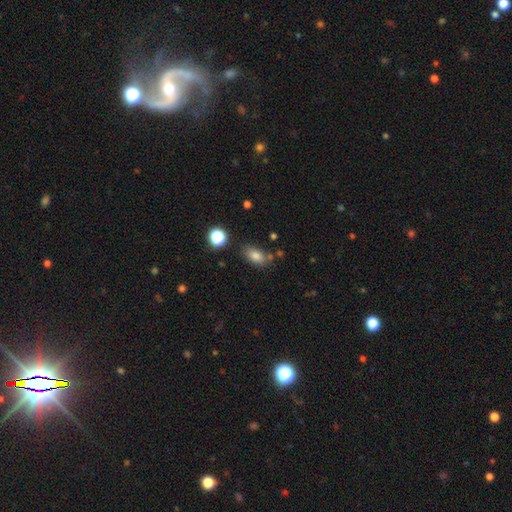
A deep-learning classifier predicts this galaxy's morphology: Smooth or featured?
  - smooth: 80% *
  - star or artifact: 11%
  - featured or disk: 9%
How rounded?
  - in between: 86% *
  - round: 9%
  - cigar-shaped: 5%
Merging?
  - none: 74% *
  - minor disturbance: 15%
  - merger: 7%
  - major disturbance: 4%